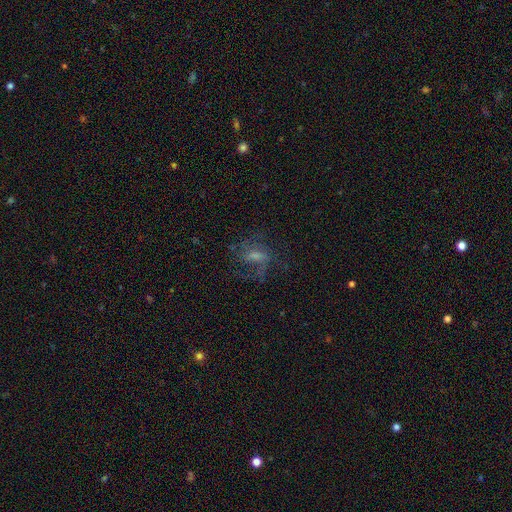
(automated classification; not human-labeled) A featured or disk galaxy (57%) with a weak bar (47%), spiral arms (78%) and a moderate central bulge (36%).

Vote fractions:
- Smooth or featured? featured or disk: 57% / smooth: 25% / star or artifact: 18%
- Edge-on disk? no: 94% / yes: 6%
- Bar? weak: 47% / no: 36% / strong: 17%
- Spiral arms? yes: 78% / no: 22%
- Bulge size? moderate: 36% / small: 33% / none: 21% / large: 8% / dominant: 2%
- Merging? none: 54% / major disturbance: 26% / minor disturbance: 18% / merger: 2%